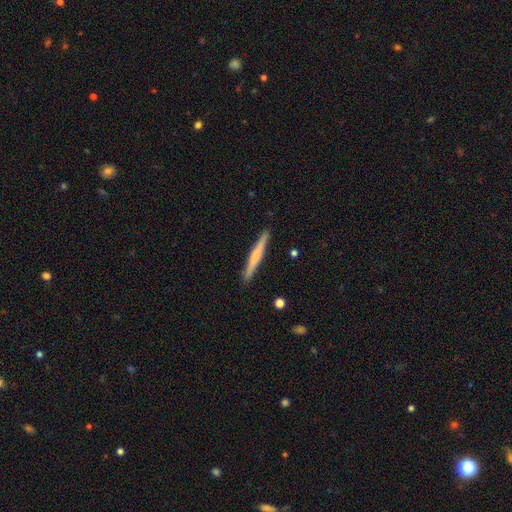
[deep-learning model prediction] A smooth galaxy with no disk features (53%) that is cigar-shaped (96%).

Vote fractions:
- Smooth or featured? smooth: 53% / featured or disk: 41% / star or artifact: 5%
- How rounded? cigar-shaped: 96% / in between: 3% / round: 1%
- Merging? none: 91% / minor disturbance: 7% / major disturbance: 1% / merger: 1%